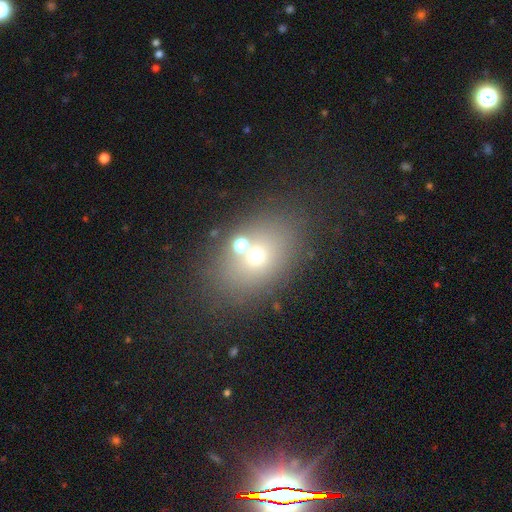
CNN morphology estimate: A smooth galaxy with no disk features (62%) that is in between round and cigar-shaped (62%).

Vote fractions:
- Smooth or featured? smooth: 62% / star or artifact: 20% / featured or disk: 19%
- How rounded? in between: 62% / round: 37% / cigar-shaped: 1%
- Merging? none: 66% / merger: 19% / minor disturbance: 10% / major disturbance: 5%